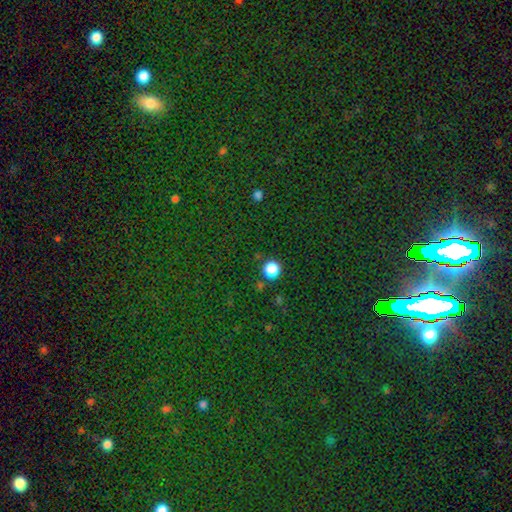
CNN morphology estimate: Overall: star or artifact (77%).